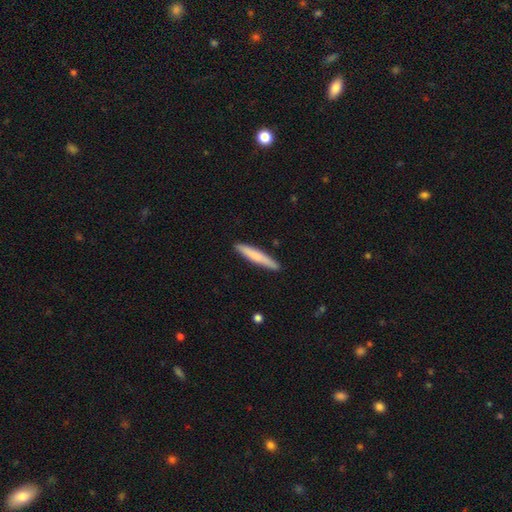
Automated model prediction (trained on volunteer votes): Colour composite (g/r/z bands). It shows a smooth galaxy with no disk features (69%) that is cigar-shaped (94%). Merging: none (90%).